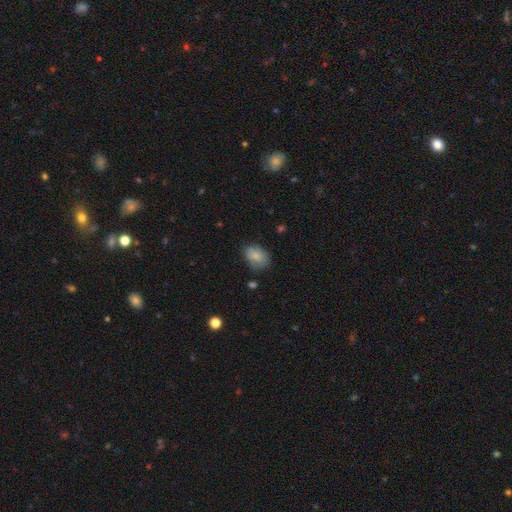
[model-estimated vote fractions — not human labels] This appears to be a smooth galaxy with no disk features (80%) that is in between round and cigar-shaped (71%). Merging: none (68%).